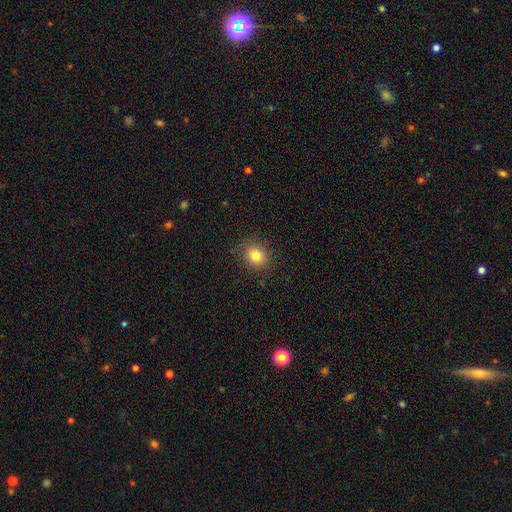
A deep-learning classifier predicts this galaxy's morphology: type=smooth (81%); roundness=round (73%); merging=none (86%).